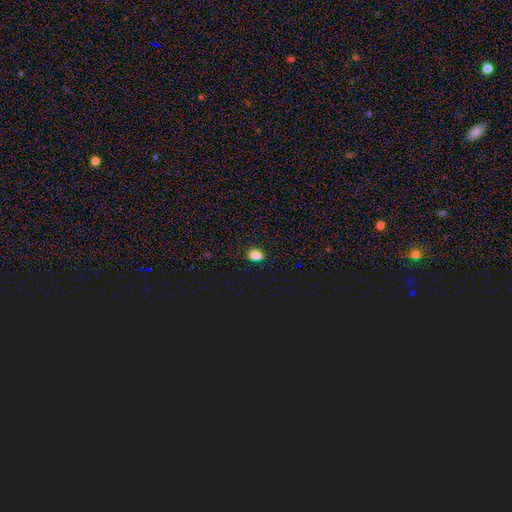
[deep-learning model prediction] smooth 82%, star or artifact 14%, featured or disk 4%. Down the decision tree: how rounded — in between (68%); merging — none (86%).